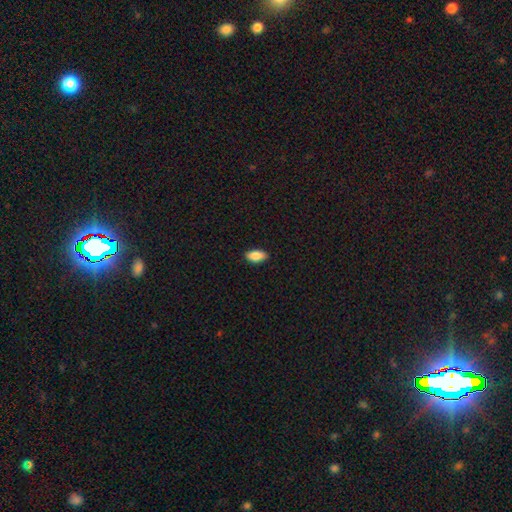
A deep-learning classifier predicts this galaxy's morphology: type=smooth (87%); roundness=in between (91%); merging=none (88%).